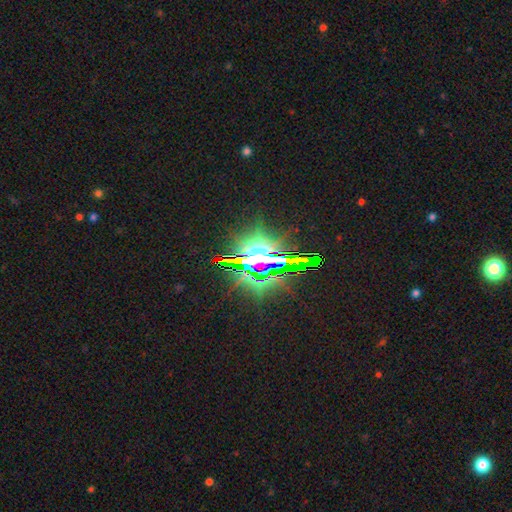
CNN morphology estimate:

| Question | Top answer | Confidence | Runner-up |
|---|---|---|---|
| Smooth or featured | star or artifact | 77% | smooth (13%) |